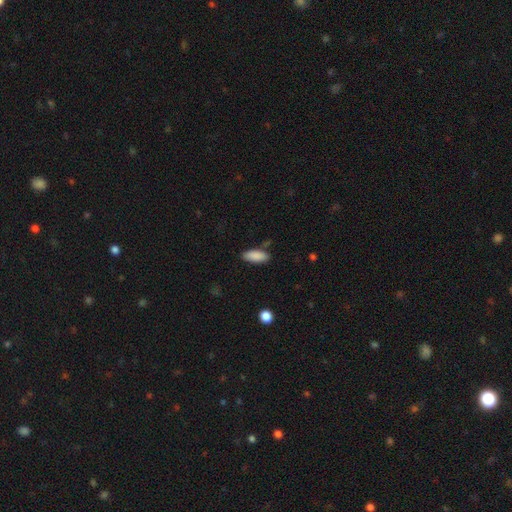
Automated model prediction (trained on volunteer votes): Smooth or featured? Predicted: smooth (p=0.89). How rounded? Predicted: in between (p=0.82). Merging? Predicted: none (p=0.82).